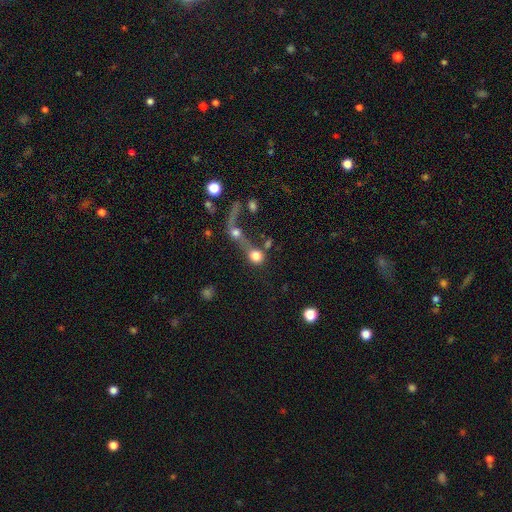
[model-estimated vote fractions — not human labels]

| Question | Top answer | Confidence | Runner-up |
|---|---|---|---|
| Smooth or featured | smooth | 72% | featured or disk (16%) |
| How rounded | round | 80% | in between (17%) |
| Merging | merger | 59% | none (22%) |